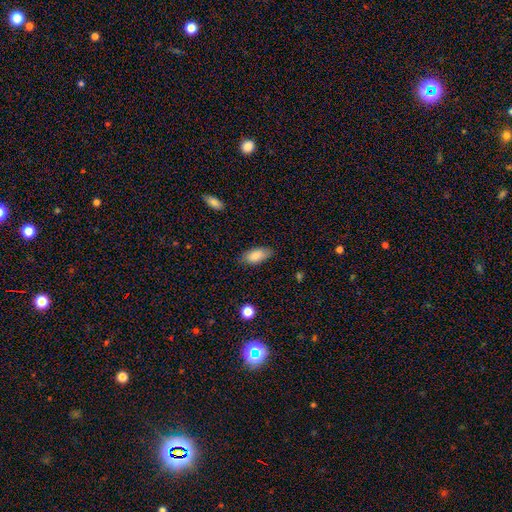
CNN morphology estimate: Smooth or featured? Predicted: smooth (p=0.86). How rounded? Predicted: in between (p=0.88). Merging? Predicted: none (p=0.81).